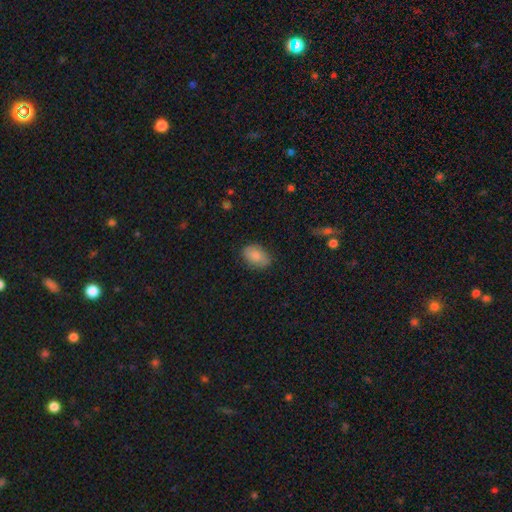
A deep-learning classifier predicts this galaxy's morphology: The model was most divided on "merging": none: 84%, minor disturbance: 13%, major disturbance: 3%, merger: 1%. More confident: how rounded — in between (87%); smooth or featured — smooth (85%).